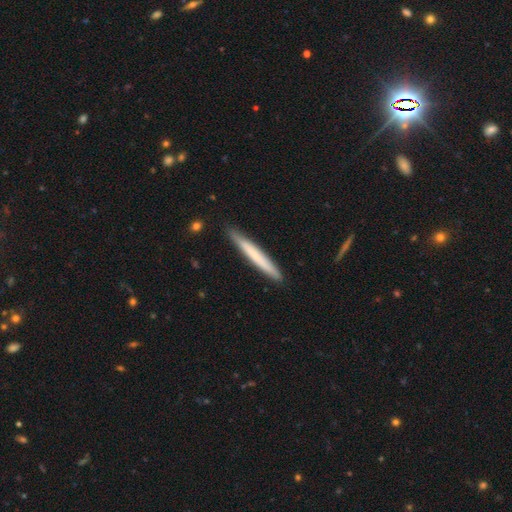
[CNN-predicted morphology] type=smooth (62%); roundness=cigar-shaped (97%); merging=none (89%).